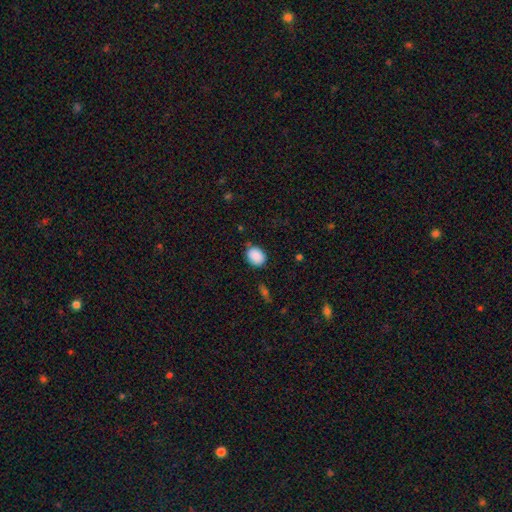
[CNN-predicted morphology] smooth 89%, star or artifact 8%, featured or disk 3%. Down the decision tree: how rounded — in between (62%); merging — none (76%).